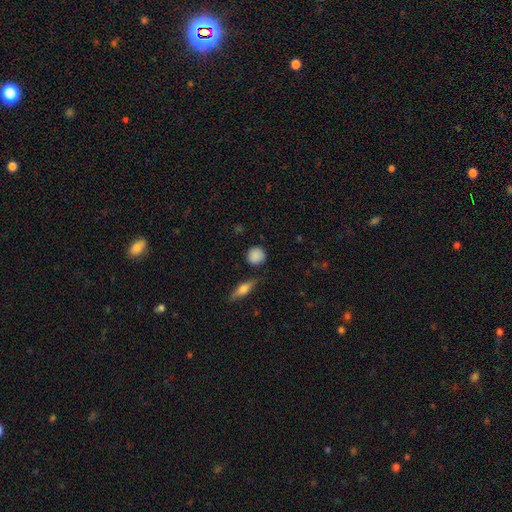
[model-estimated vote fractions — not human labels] This is clearly a smooth galaxy (85%). How rounded: clearly round (90%). Merging: clearly none (83%).